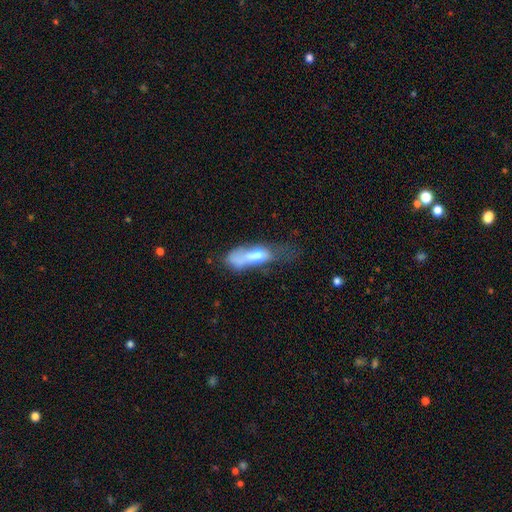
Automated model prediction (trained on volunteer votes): Q: Smooth or featured?
A: smooth (55%); runner-up: featured or disk (36%)
Q: How rounded?
A: in between (59%); runner-up: cigar-shaped (36%)
Q: Merging?
A: major disturbance (36%); runner-up: merger (28%)